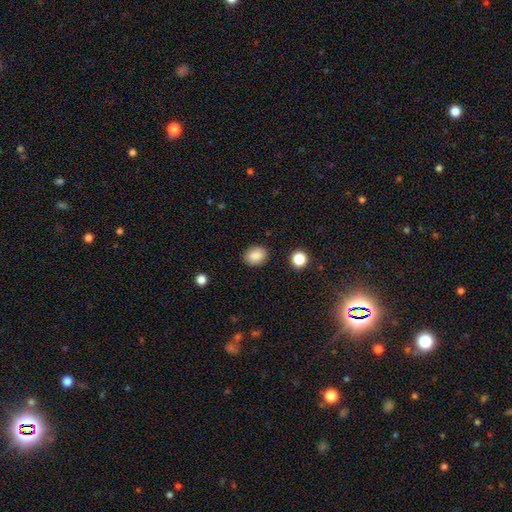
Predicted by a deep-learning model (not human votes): Smooth or featured? Predicted: smooth (p=0.86). How rounded? Predicted: in between (p=0.55). Merging? Predicted: none (p=0.88).